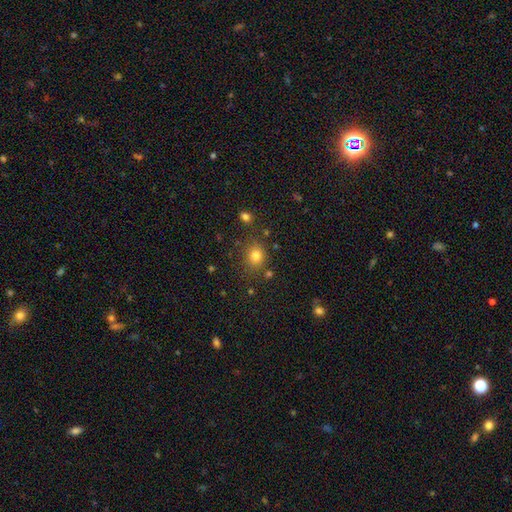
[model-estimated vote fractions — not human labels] This is likely a smooth galaxy (79%). How rounded: likely round (66%). Merging: likely none (79%).